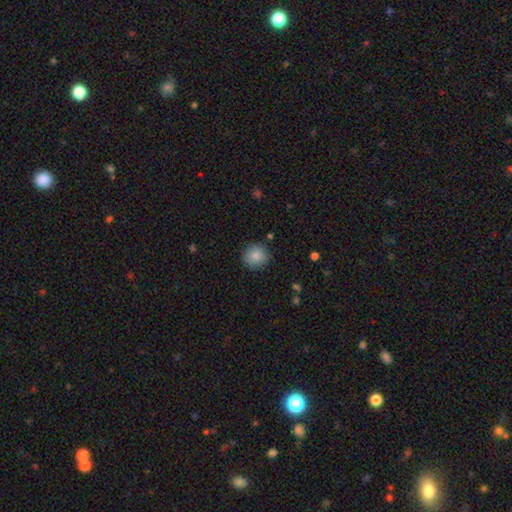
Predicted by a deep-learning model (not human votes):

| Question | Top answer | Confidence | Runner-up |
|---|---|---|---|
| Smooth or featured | smooth | 85% | star or artifact (8%) |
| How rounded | round | 93% | in between (6%) |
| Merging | none | 88% | minor disturbance (9%) |